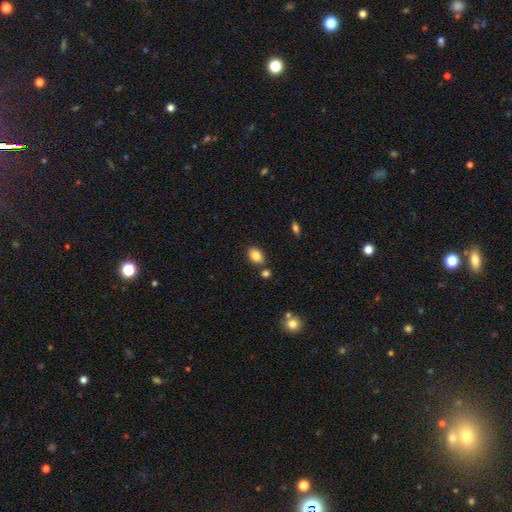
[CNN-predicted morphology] This appears to be a smooth galaxy with no disk features (86%) that is in between round and cigar-shaped (83%). Merging: none (77%).